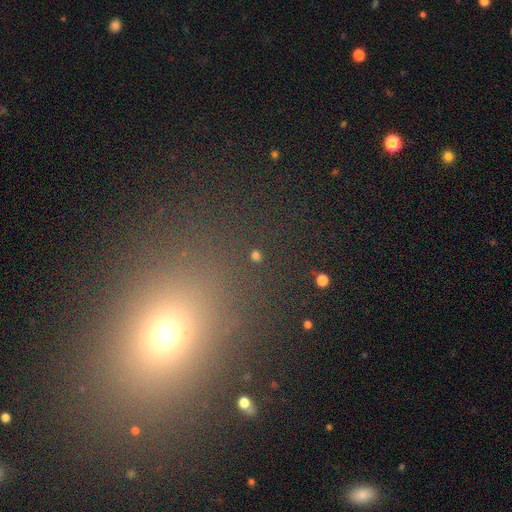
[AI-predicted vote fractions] Smooth or featured: smooth — 64% (star or artifact — 30%)
How rounded: round — 80% (in between — 17%)
Merging: none — 86% (minor disturbance — 7%)